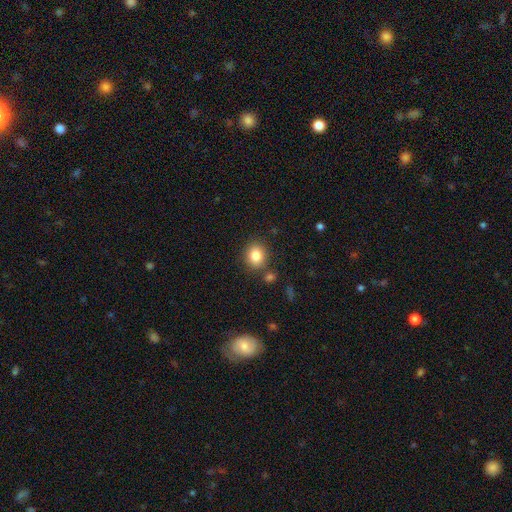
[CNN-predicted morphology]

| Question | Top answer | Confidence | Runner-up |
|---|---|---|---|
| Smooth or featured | smooth | 83% | star or artifact (10%) |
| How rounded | round | 68% | in between (31%) |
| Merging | none | 81% | minor disturbance (10%) |